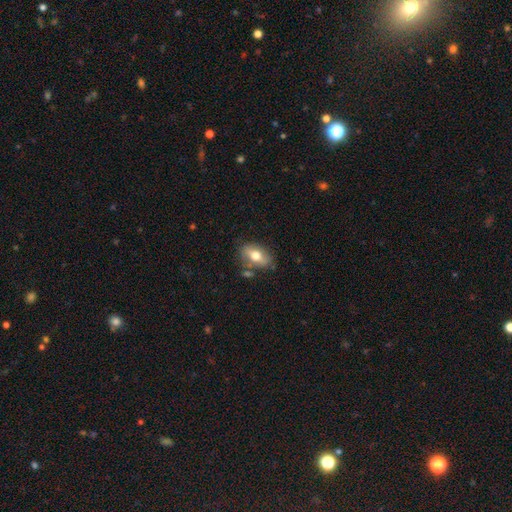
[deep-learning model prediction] The model was most divided on "smooth or featured": smooth: 66%, featured or disk: 27%, star or artifact: 7%. More confident: how rounded — in between (86%); merging — none (70%).